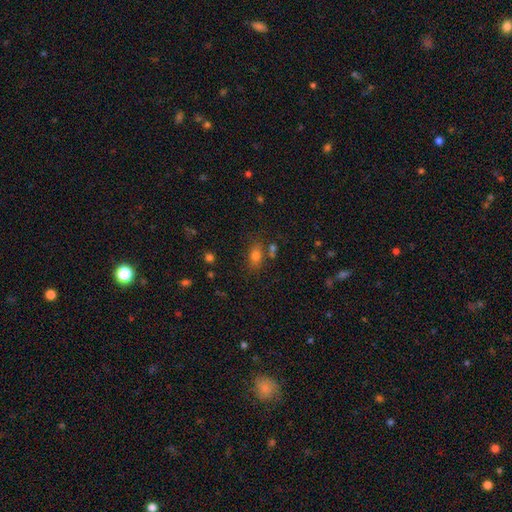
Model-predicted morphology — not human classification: This is likely a smooth galaxy (73%). How rounded: likely in between (76%). Merging: likely none (68%).